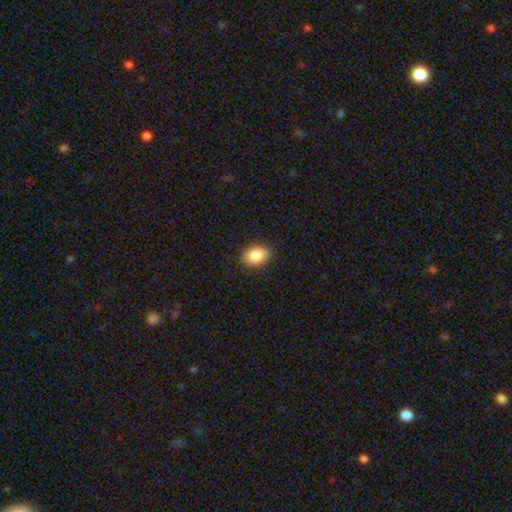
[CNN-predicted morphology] smooth-or-featured: smooth: 85% | star or artifact: 8% | featured or disk: 7%
  how-rounded: in between: 81% | round: 17% | cigar-shaped: 1%
  merging: none: 87% | minor disturbance: 10% | major disturbance: 2% | merger: 1%